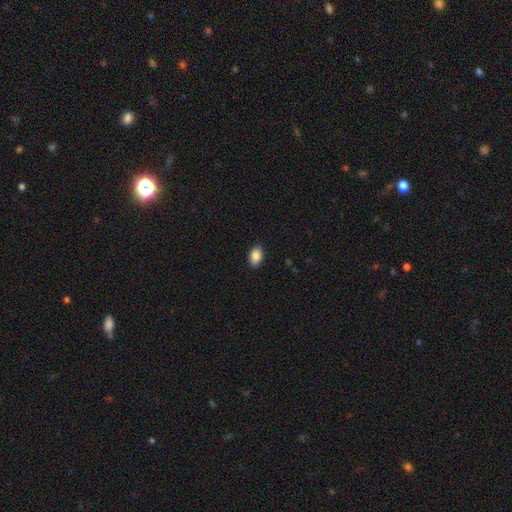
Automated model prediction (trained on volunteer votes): smooth_or_featured: smooth (p=0.88) [alt: star or artifact p=0.08]
how_rounded: in between (p=0.87) [alt: round p=0.11]
merging: none (p=0.89) [alt: minor disturbance p=0.08]